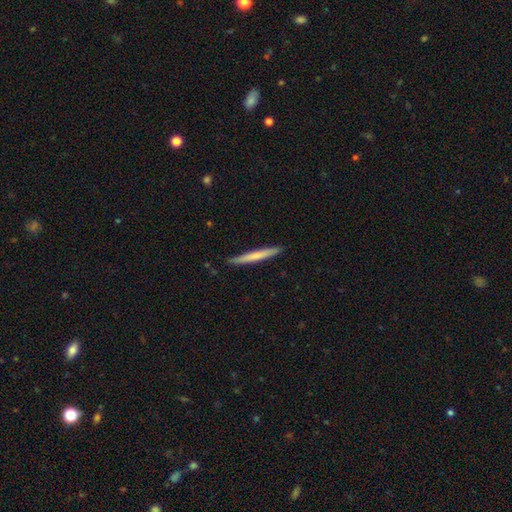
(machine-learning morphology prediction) Q: Smooth or featured?
A: smooth (63%); runner-up: featured or disk (31%)
Q: How rounded?
A: cigar-shaped (97%); runner-up: in between (2%)
Q: Merging?
A: none (89%); runner-up: minor disturbance (9%)